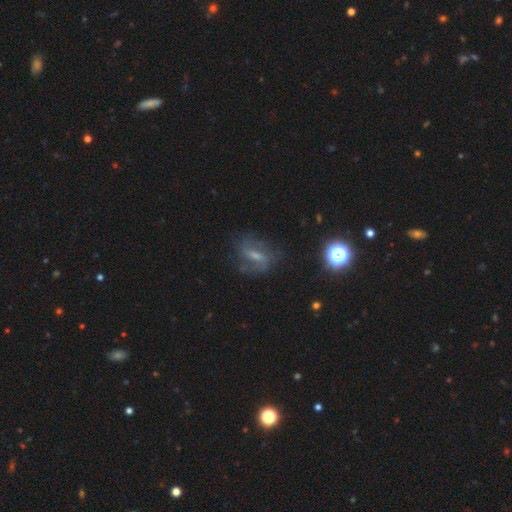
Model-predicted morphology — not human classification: featured or disk 58%, smooth 26%, star or artifact 15%. Down the decision tree: edge-on disk — no (89%); bar — weak (46%); spiral arms — yes (72%); bulge size — small (39%); merging — none (61%).